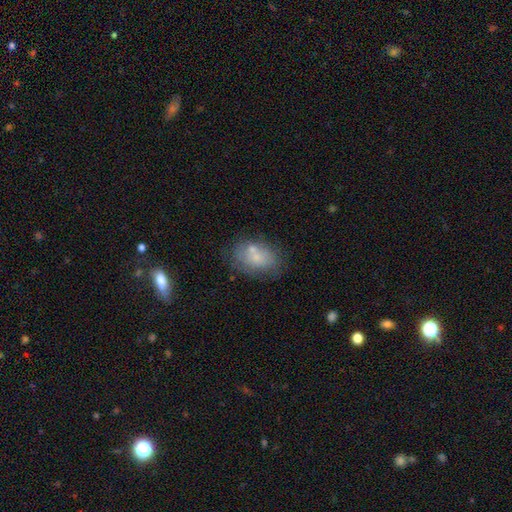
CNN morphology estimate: Q: Smooth or featured?
A: smooth (66%); runner-up: featured or disk (25%)
Q: How rounded?
A: in between (83%); runner-up: round (15%)
Q: Merging?
A: none (54%); runner-up: minor disturbance (20%)